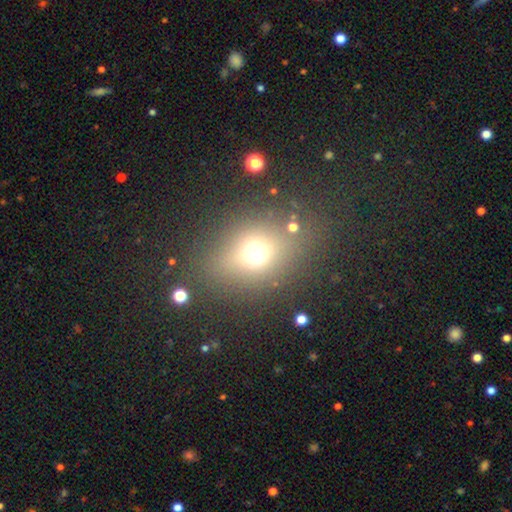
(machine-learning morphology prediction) This is possibly a smooth galaxy (57%). How rounded: possibly in between (48%, tied with round). Merging: likely none (78%).